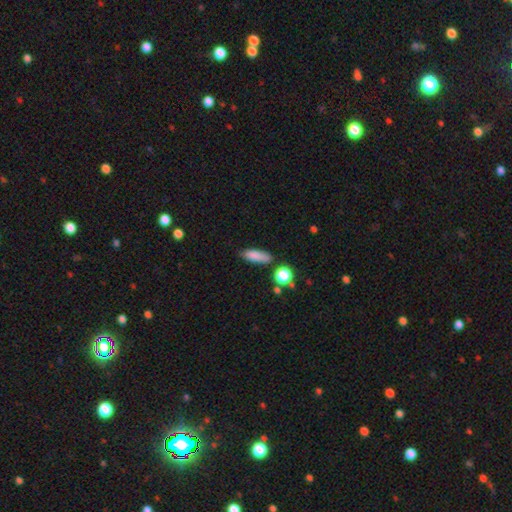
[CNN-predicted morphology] Overall: smooth (83%). How rounded: in between (54%; cigar-shaped 42%). Merging: none (75%).